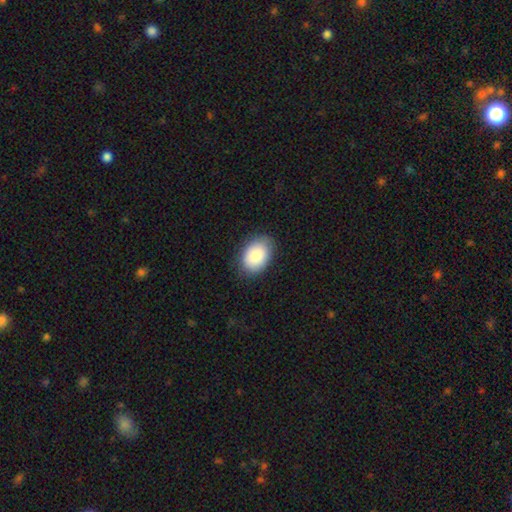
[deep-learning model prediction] Smooth or featured? smooth (86%)
How rounded? in between (83%)
Merging? none (83%)